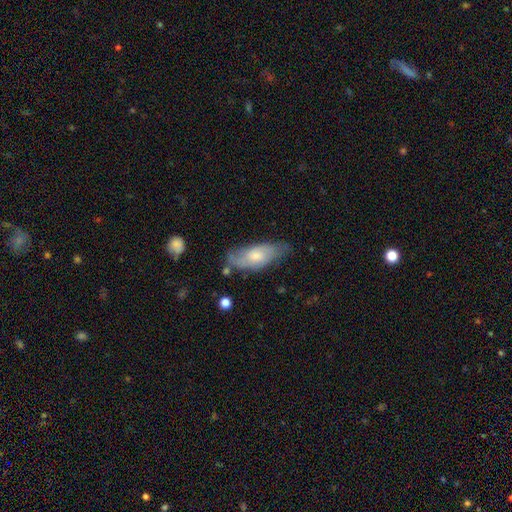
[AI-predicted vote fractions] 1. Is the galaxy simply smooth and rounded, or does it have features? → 50% smooth, 43% featured or disk, 7% star or artifact.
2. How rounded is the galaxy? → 80% in between, 17% cigar-shaped, 3% round.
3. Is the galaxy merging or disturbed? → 58% none, 29% minor disturbance, 9% major disturbance, 3% merger.